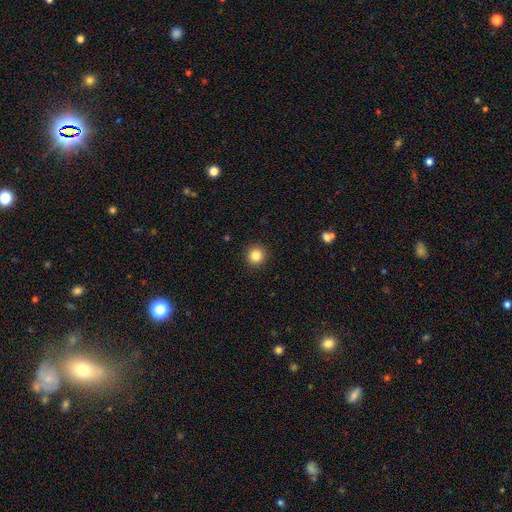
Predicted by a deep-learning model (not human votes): Overall: smooth (84%). How rounded: round (95%). Merging: none (93%).